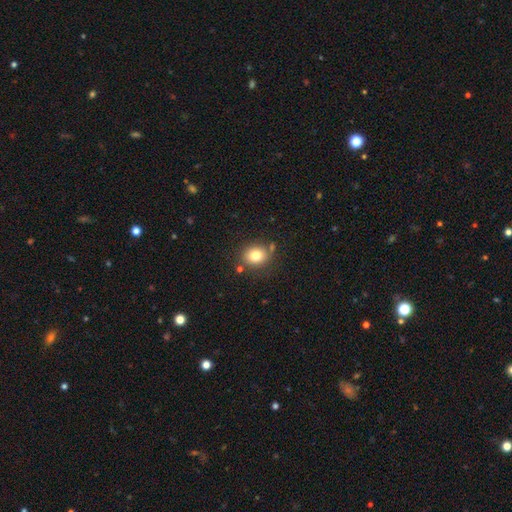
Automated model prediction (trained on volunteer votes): smooth-or-featured: smooth: 79% | star or artifact: 11% | featured or disk: 10%
  how-rounded: round: 65% | in between: 34% | cigar-shaped: 1%
  merging: none: 76% | minor disturbance: 13% | merger: 7% | major disturbance: 4%